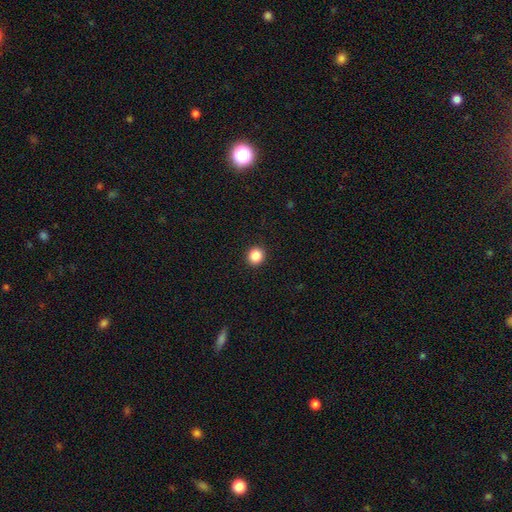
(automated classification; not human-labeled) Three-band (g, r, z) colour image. It shows a smooth galaxy with no disk features (86%) that is round (92%). Merging: none (93%).